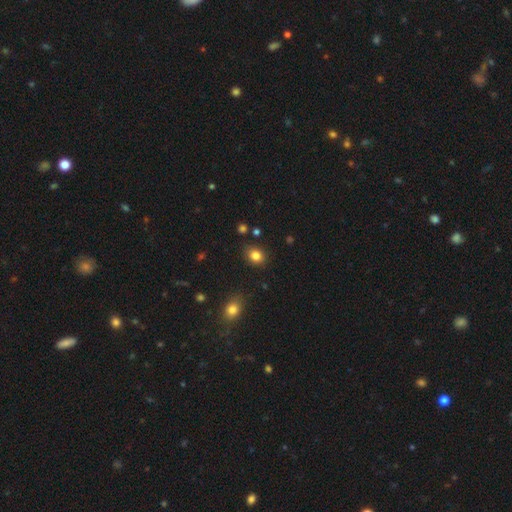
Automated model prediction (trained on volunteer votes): Overall: smooth (84%). How rounded: round (53%; in between 46%). Merging: none (83%).